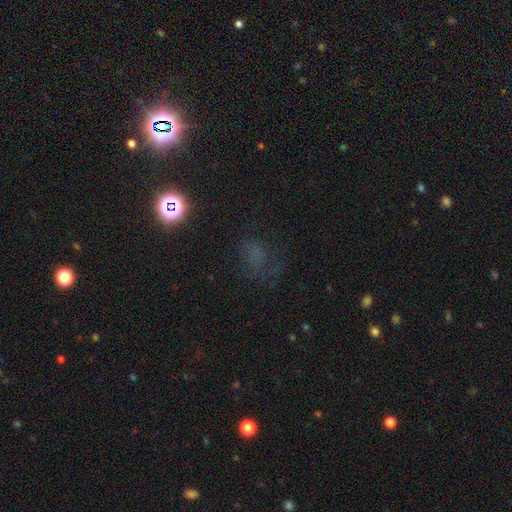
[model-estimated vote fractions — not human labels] star or artifact 42%, smooth 39%, featured or disk 19%.